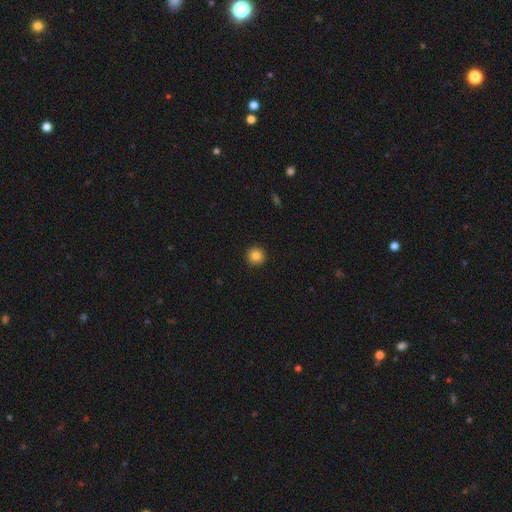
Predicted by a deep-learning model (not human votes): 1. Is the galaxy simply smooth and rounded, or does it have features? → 84% smooth, 10% star or artifact, 6% featured or disk.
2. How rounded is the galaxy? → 96% round, 3% in between, 1% cigar-shaped.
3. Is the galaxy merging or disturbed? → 93% none, 5% minor disturbance, 2% major disturbance, 1% merger.